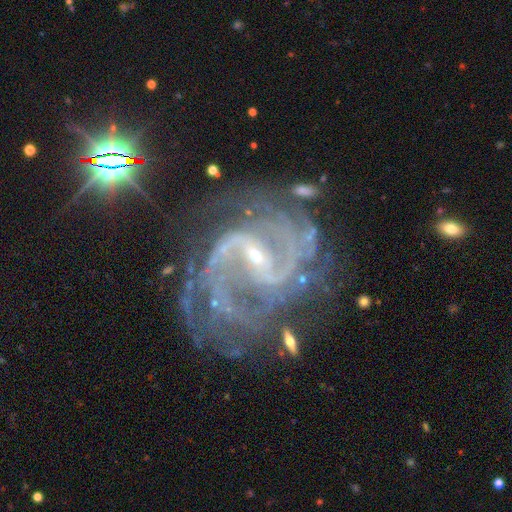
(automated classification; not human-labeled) featured or disk 91%, star or artifact 7%, smooth 2%. Down the decision tree: edge-on disk — no (98%); bar — strong (44%); spiral arms — yes (98%); spiral arm count — 2 (69%); spiral winding — medium (56%); bulge size — small (84%); merging — none (57%).